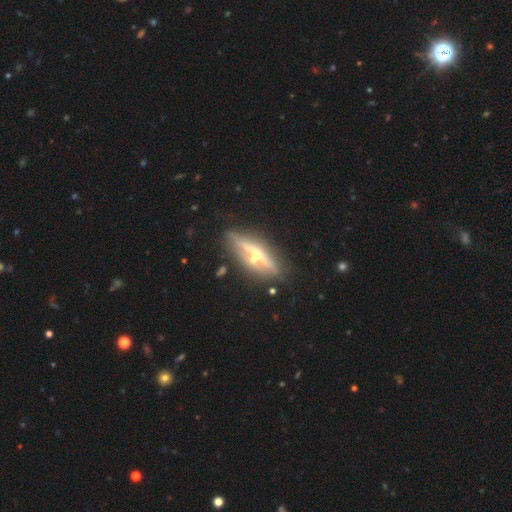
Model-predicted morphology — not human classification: A featured or disk galaxy (76%) viewed edge-on (92%) with a rounded central bulge (92%).

Vote fractions:
- Smooth or featured? featured or disk: 76% / smooth: 17% / star or artifact: 7%
- Edge-on disk? yes: 92% / no: 8%
- Edge-on bulge? rounded: 92% / none: 4% / boxy: 4%
- Merging? none: 81% / minor disturbance: 12% / major disturbance: 4% / merger: 4%